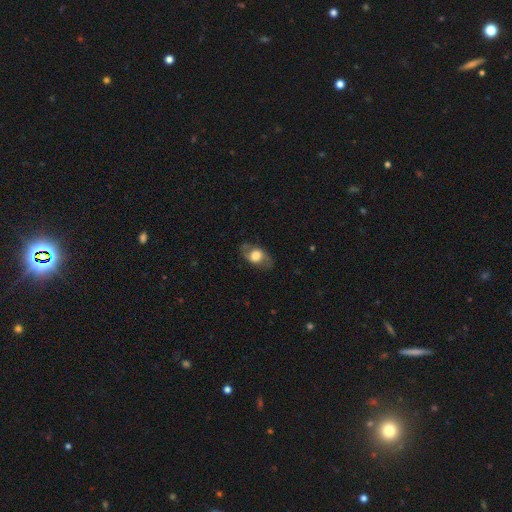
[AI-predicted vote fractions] This appears to be a smooth galaxy with no disk features (50%). Merging: none (76%).